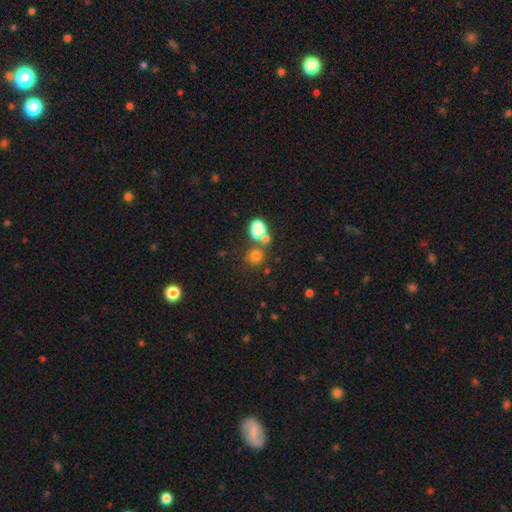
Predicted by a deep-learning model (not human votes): Q: Smooth or featured?
A: smooth (70%); runner-up: star or artifact (19%)
Q: How rounded?
A: round (77%); runner-up: in between (22%)
Q: Merging?
A: none (52%); runner-up: merger (33%)